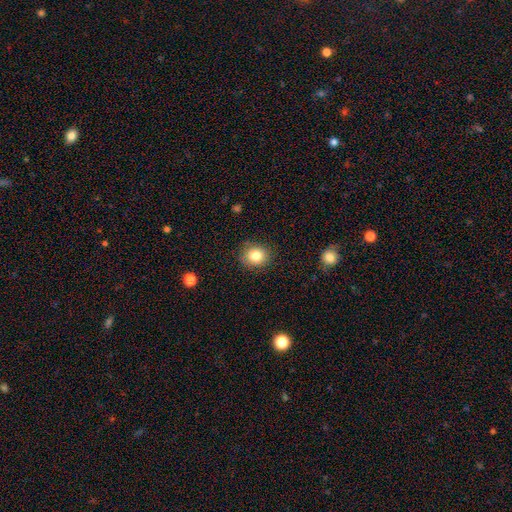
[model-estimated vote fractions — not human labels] smooth_or_featured: smooth (p=0.84) [alt: star or artifact p=0.10]
how_rounded: round (p=0.70) [alt: in between p=0.29]
merging: none (p=0.84) [alt: minor disturbance p=0.11]